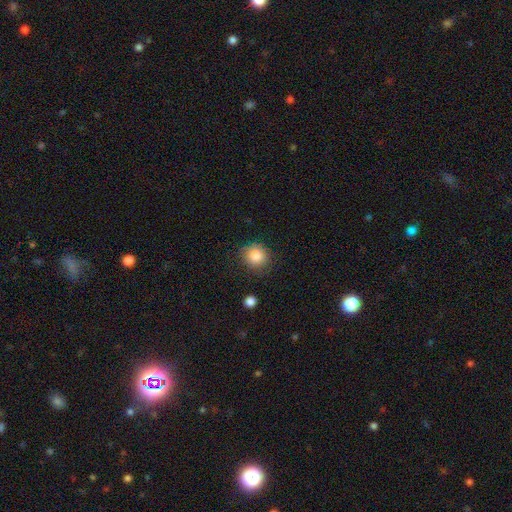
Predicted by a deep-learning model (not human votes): This appears to be a smooth galaxy with no disk features (85%) that is round (84%). Merging: none (80%).